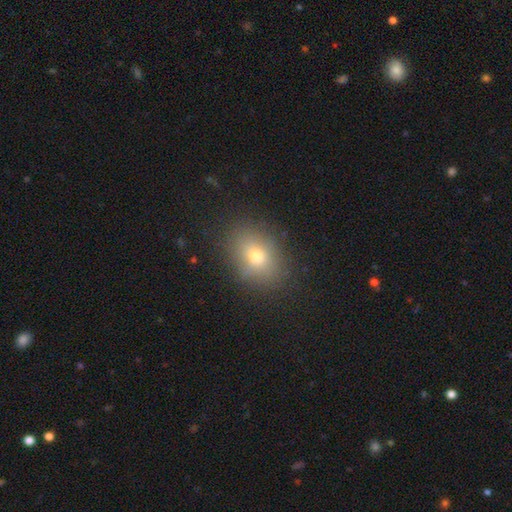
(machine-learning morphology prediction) Q: Smooth or featured?
A: smooth (72%); runner-up: star or artifact (15%)
Q: How rounded?
A: in between (61%); runner-up: round (37%)
Q: Merging?
A: none (83%); runner-up: minor disturbance (11%)